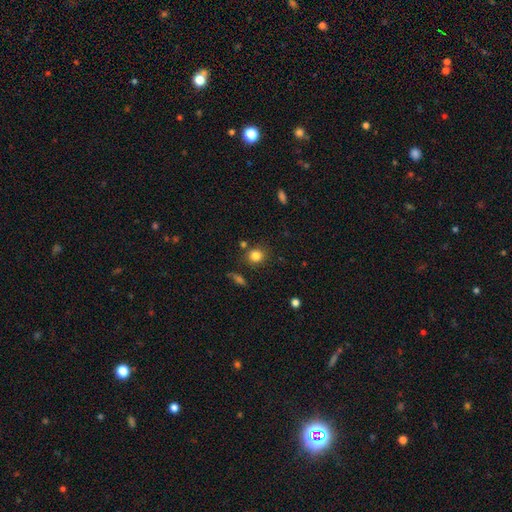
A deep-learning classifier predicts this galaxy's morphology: Q: Smooth or featured?
A: smooth (83%); runner-up: star or artifact (11%)
Q: How rounded?
A: round (81%); runner-up: in between (18%)
Q: Merging?
A: none (80%); runner-up: minor disturbance (10%)